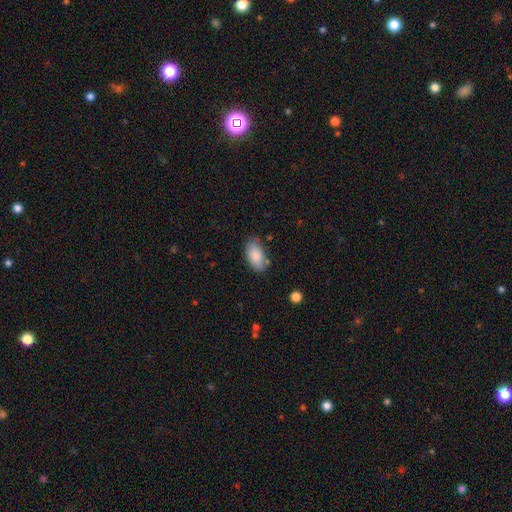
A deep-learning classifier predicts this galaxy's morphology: smooth_or_featured: smooth (p=0.86) [alt: featured or disk p=0.07]
how_rounded: in between (p=0.94) [alt: round p=0.03]
merging: none (p=0.76) [alt: minor disturbance p=0.17]